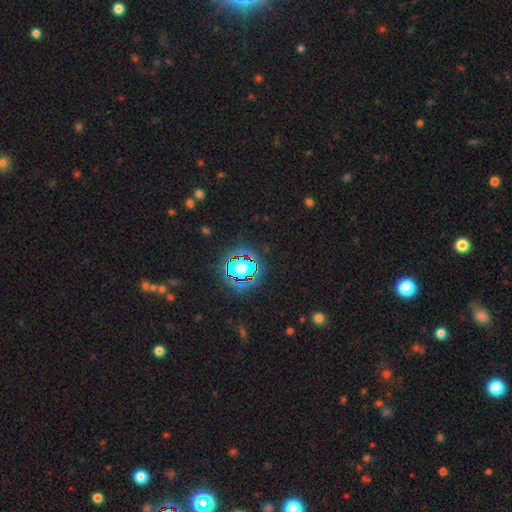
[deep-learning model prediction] Smooth or featured? star or artifact (78%)